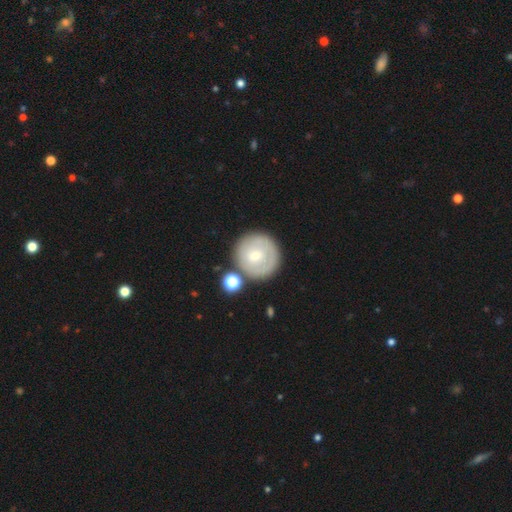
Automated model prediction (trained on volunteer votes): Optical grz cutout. It shows a smooth galaxy with no disk features (53%) that is round (94%). Merging: none (76%).